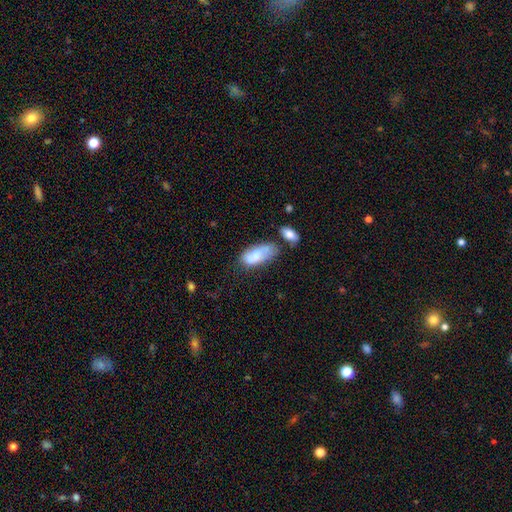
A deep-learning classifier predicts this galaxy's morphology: Smooth or featured: smooth — 73% (featured or disk — 19%)
How rounded: in between — 87% (cigar-shaped — 10%)
Merging: none — 38% (minor disturbance — 27%)